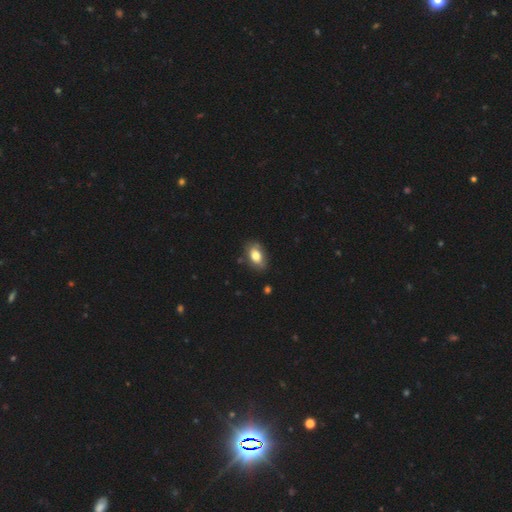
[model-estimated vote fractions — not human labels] smooth-or-featured: smooth: 77% | featured or disk: 16% | star or artifact: 7%
  how-rounded: in between: 89% | round: 9% | cigar-shaped: 2%
  merging: none: 76% | minor disturbance: 19% | major disturbance: 3% | merger: 2%